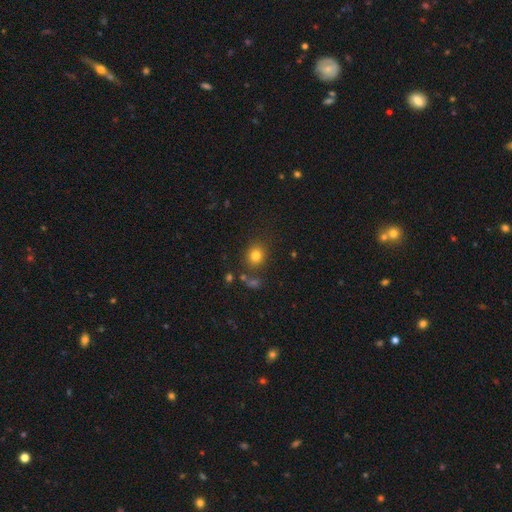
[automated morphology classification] This appears to be a smooth galaxy with no disk features (80%) that is round (78%). Merging: none (79%).